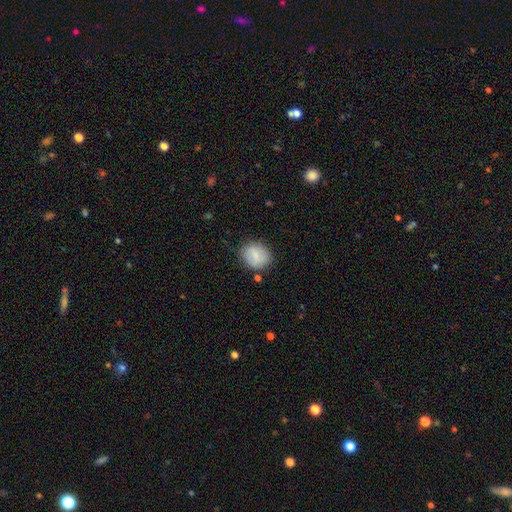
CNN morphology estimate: Smooth or featured? Predicted: smooth (p=0.76). How rounded? Predicted: round (p=0.60). Merging? Predicted: none (p=0.76).